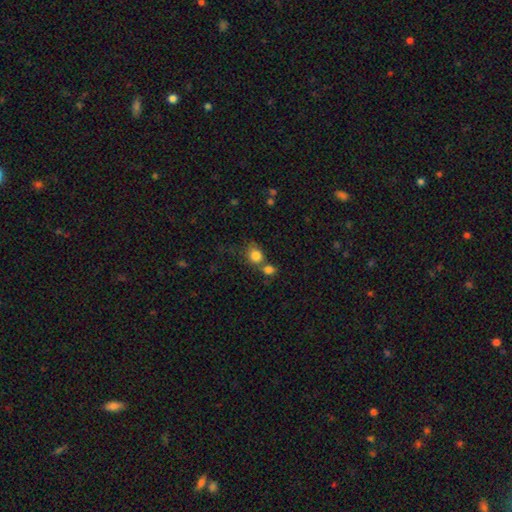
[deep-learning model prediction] Q: Smooth or featured?
A: smooth (82%); runner-up: star or artifact (10%)
Q: How rounded?
A: round (69%); runner-up: in between (30%)
Q: Merging?
A: none (43%); runner-up: merger (39%)